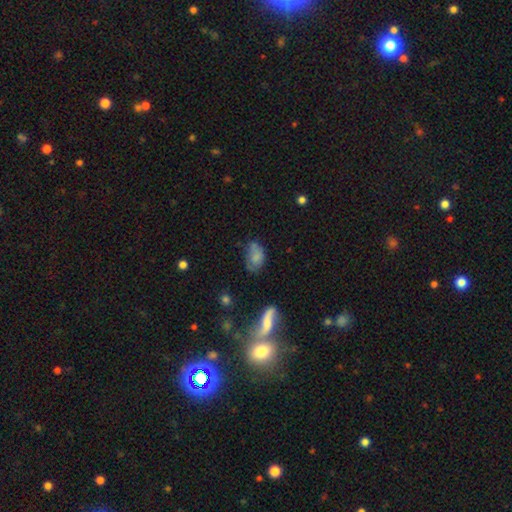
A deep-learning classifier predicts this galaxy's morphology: smooth 68%, featured or disk 22%, star or artifact 10%. Down the decision tree: how rounded — in between (86%); merging — none (42%).